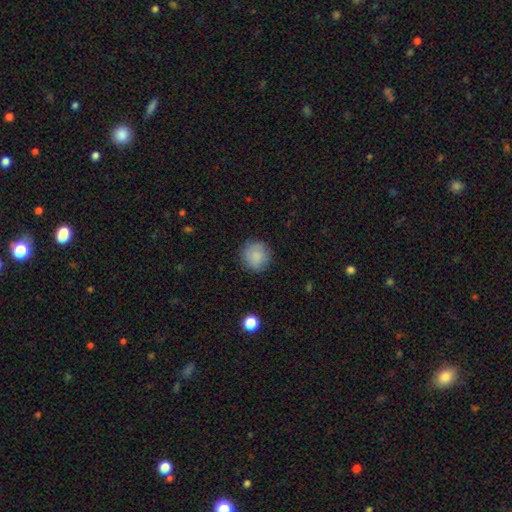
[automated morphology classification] Overall: smooth (87%). How rounded: round (91%). Merging: none (86%).